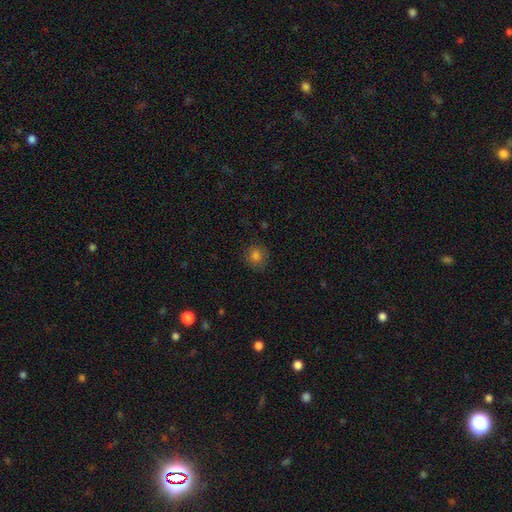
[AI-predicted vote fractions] Overall: smooth (81%). How rounded: round (87%). Merging: none (87%).